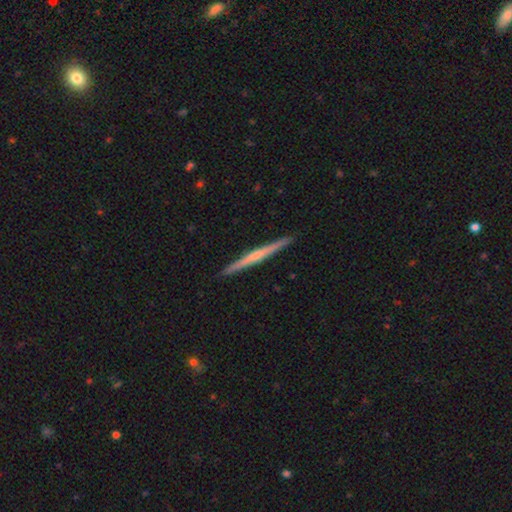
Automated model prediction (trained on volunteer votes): This is likely a featured or disk galaxy (65%). It is clearly viewed edge-on (98%). Edge-on bulge: possibly rounded (48%). Merging: clearly none (92%).